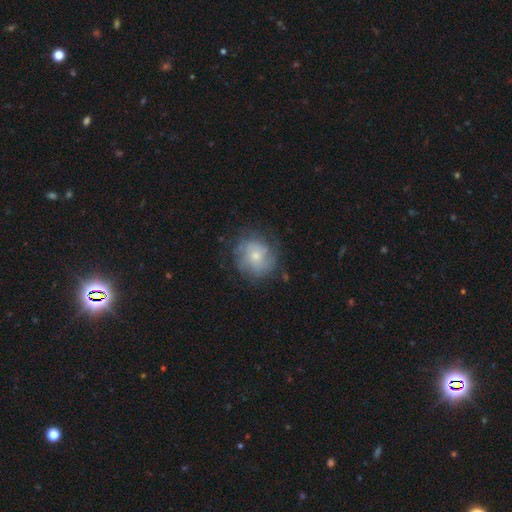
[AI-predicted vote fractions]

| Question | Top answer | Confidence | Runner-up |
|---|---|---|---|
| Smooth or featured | featured or disk | 49% | smooth (43%) |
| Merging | none | 70% | minor disturbance (20%) |